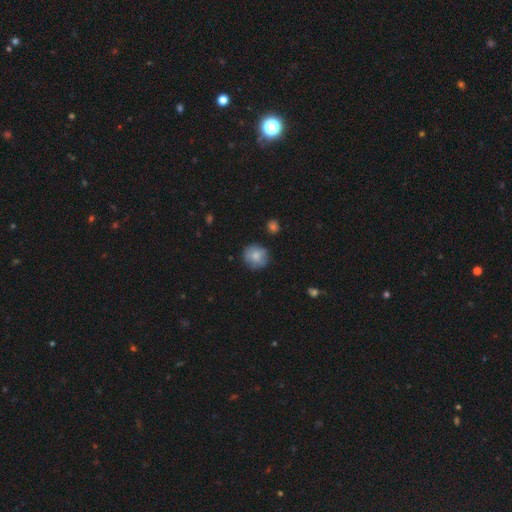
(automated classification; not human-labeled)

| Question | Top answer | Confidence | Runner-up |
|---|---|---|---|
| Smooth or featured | smooth | 77% | featured or disk (15%) |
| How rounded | round | 86% | in between (13%) |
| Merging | none | 76% | minor disturbance (17%) |